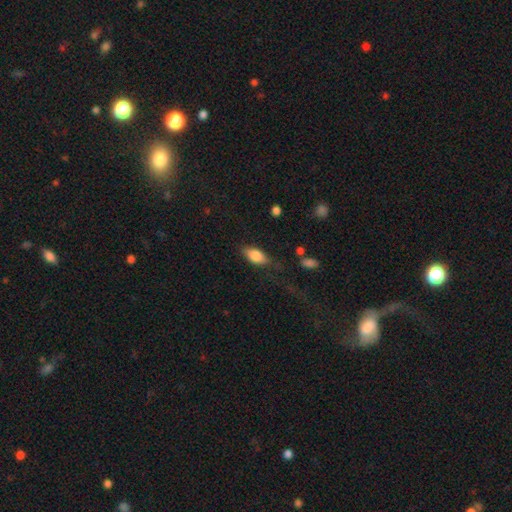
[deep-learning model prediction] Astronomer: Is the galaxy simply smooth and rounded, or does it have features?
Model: smooth — 79%.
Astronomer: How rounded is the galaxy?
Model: in between — 86%.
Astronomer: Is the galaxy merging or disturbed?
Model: none — 67%.